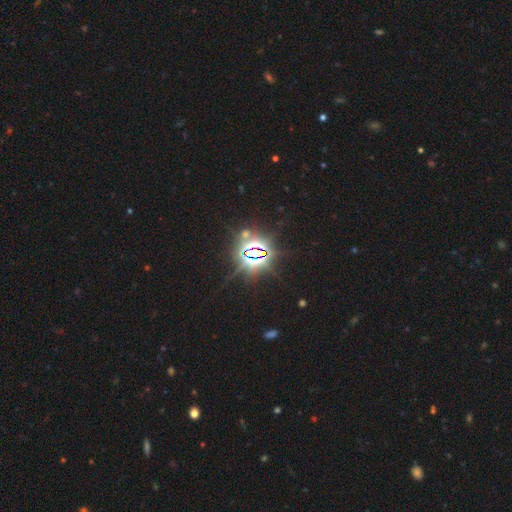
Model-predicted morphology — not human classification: star or artifact 85%, smooth 8%, featured or disk 7%.